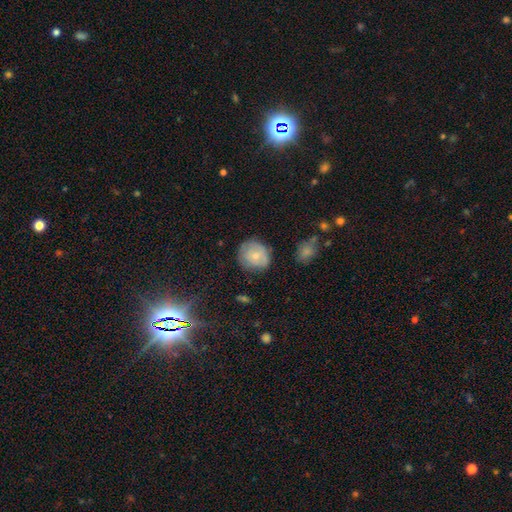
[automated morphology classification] Q: Smooth or featured?
A: smooth (68%); runner-up: featured or disk (25%)
Q: How rounded?
A: round (81%); runner-up: in between (18%)
Q: Merging?
A: none (70%); runner-up: minor disturbance (22%)